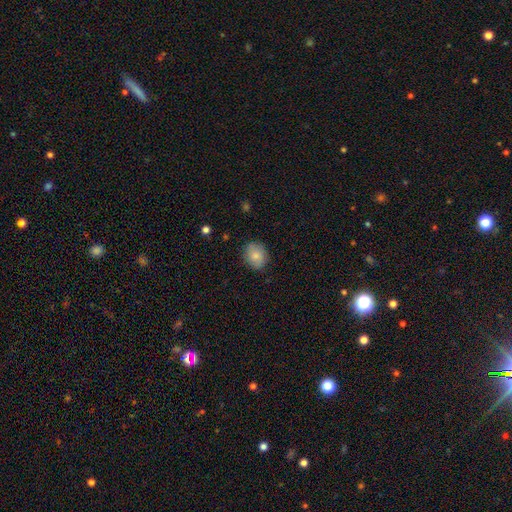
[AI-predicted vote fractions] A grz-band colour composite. It shows a smooth galaxy with no disk features (81%) that is round (55%). Merging: none (84%).